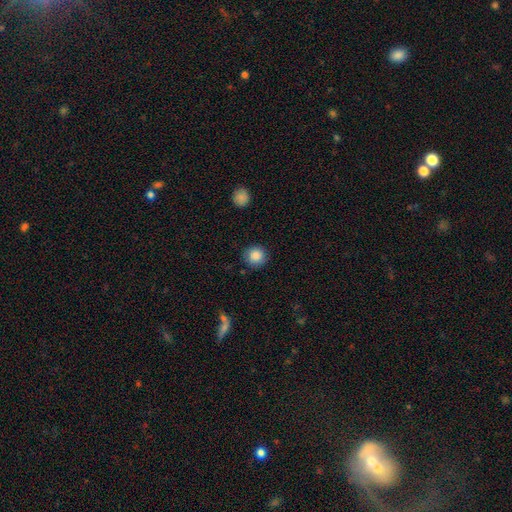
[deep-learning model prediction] Smooth or featured?
  - smooth: 87% *
  - star or artifact: 9%
  - featured or disk: 4%
How rounded?
  - round: 93% *
  - in between: 6%
  - cigar-shaped: 1%
Merging?
  - none: 87% *
  - minor disturbance: 9%
  - major disturbance: 2%
  - merger: 1%